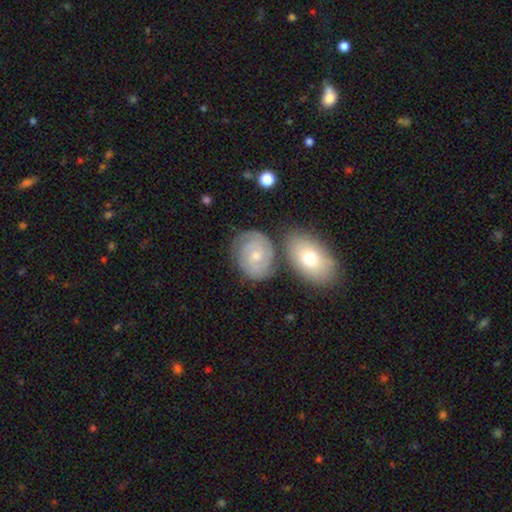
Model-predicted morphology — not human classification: Smooth or featured? featured or disk (78%)
Edge-on disk? no (97%)
Bar? no (70%)
Spiral arms? yes (95%)
Spiral winding? tight (74%)
Spiral arm count? 2 (61%)
Bulge size? small (60%)
Merging? none (70%)